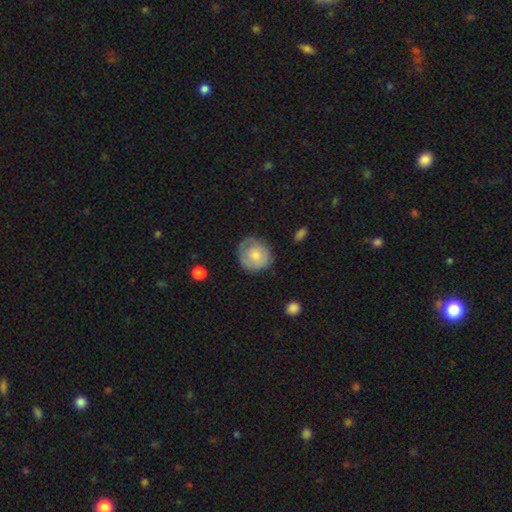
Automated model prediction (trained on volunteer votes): This appears to be a smooth galaxy with no disk features (64%) that is round (81%). Merging: none (67%).